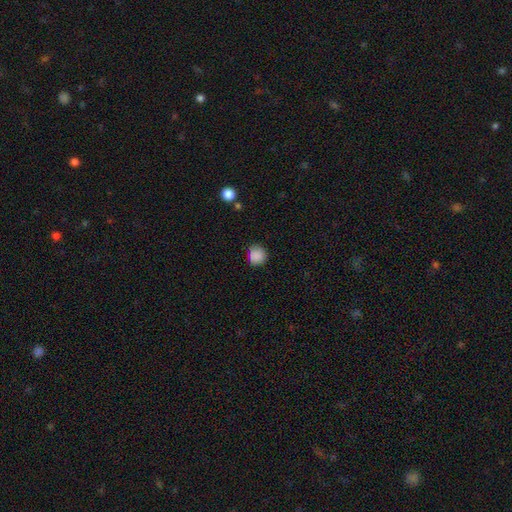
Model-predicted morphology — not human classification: Smooth or featured: smooth — 87% (star or artifact — 9%)
How rounded: round — 90% (in between — 9%)
Merging: none — 82% (minor disturbance — 14%)